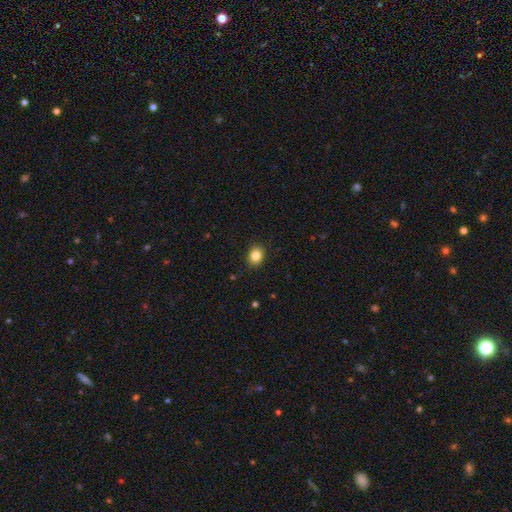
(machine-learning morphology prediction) Smooth or featured: smooth — 85% (star or artifact — 10%)
How rounded: round — 55% (in between — 44%)
Merging: none — 90% (minor disturbance — 8%)